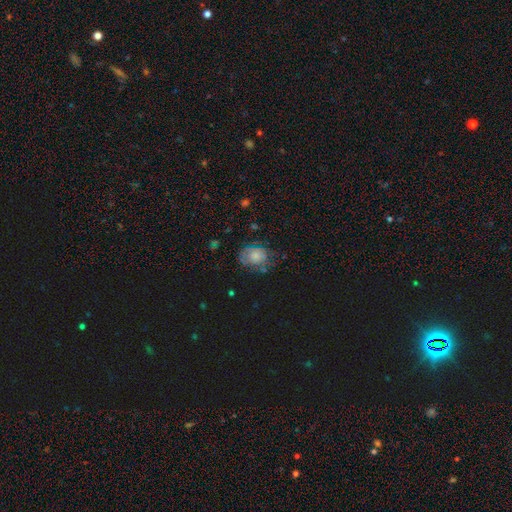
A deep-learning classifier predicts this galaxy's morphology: Q: Smooth or featured?
A: smooth (55%); runner-up: featured or disk (34%)
Q: How rounded?
A: in between (50%); runner-up: round (49%)
Q: Merging?
A: none (58%); runner-up: minor disturbance (26%)